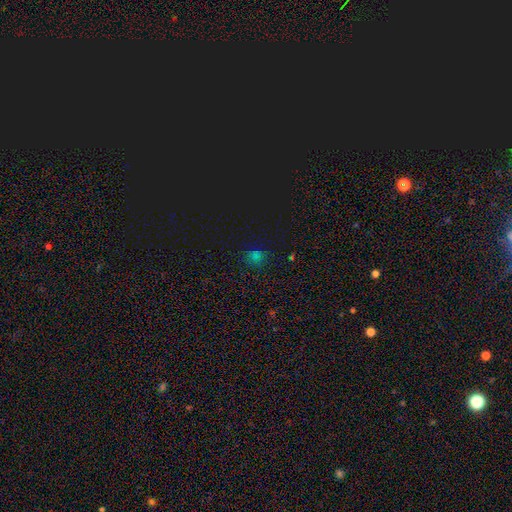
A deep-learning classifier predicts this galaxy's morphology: Smooth or featured? Predicted: smooth (p=0.60). How rounded? Predicted: round (p=0.83). Merging? Predicted: none (p=0.85).